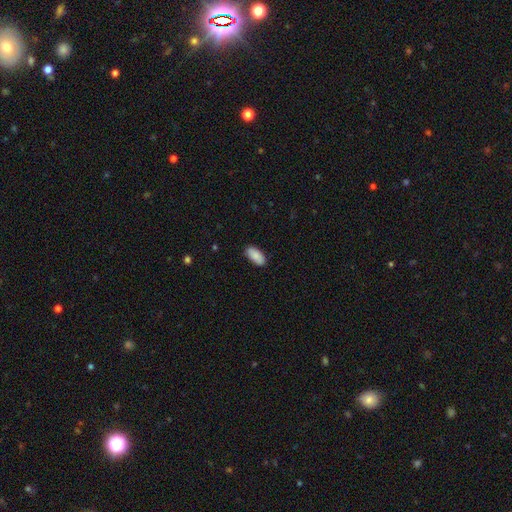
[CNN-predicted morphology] This appears to be a smooth galaxy with no disk features (89%) that is in between round and cigar-shaped (92%). Merging: none (87%).